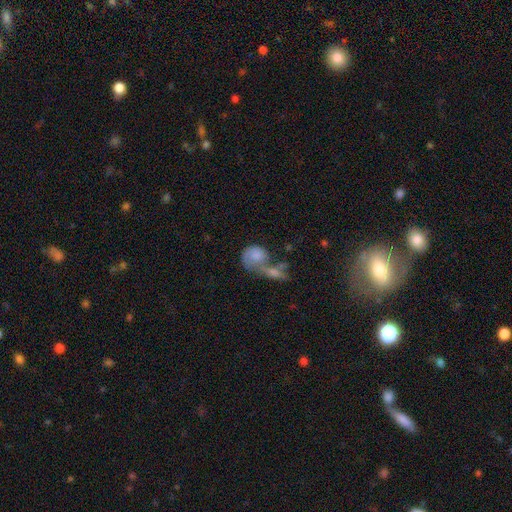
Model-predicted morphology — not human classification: This is likely a smooth galaxy (62%). How rounded: possibly round (53%). Merging: possibly merger (57%).